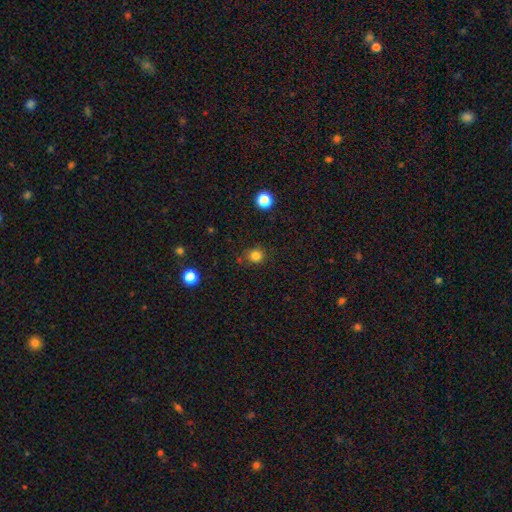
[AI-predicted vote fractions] Smooth or featured?
  - smooth: 82% *
  - star or artifact: 13%
  - featured or disk: 5%
How rounded?
  - round: 87% *
  - in between: 12%
  - cigar-shaped: 1%
Merging?
  - none: 81% *
  - minor disturbance: 13%
  - major disturbance: 3%
  - merger: 3%